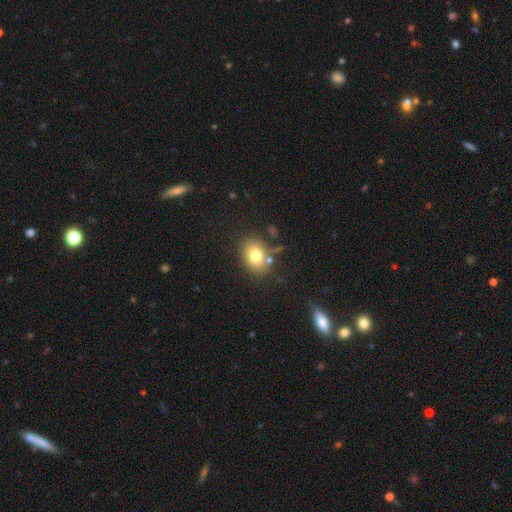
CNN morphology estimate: Smooth or featured? smooth (76%)
How rounded? in between (60%)
Merging? none (72%)